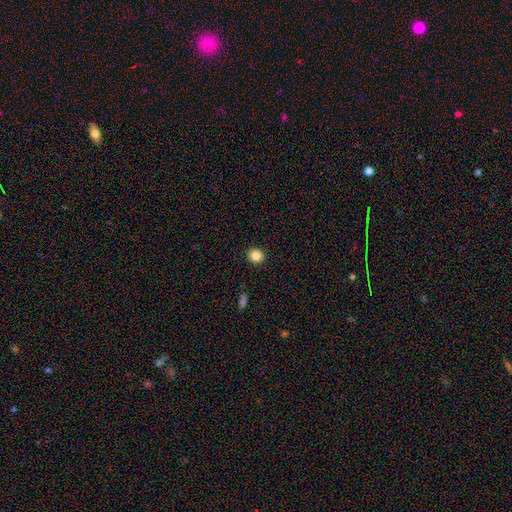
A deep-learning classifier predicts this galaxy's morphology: This is clearly a smooth galaxy (85%). How rounded: likely round (78%). Merging: clearly none (91%).